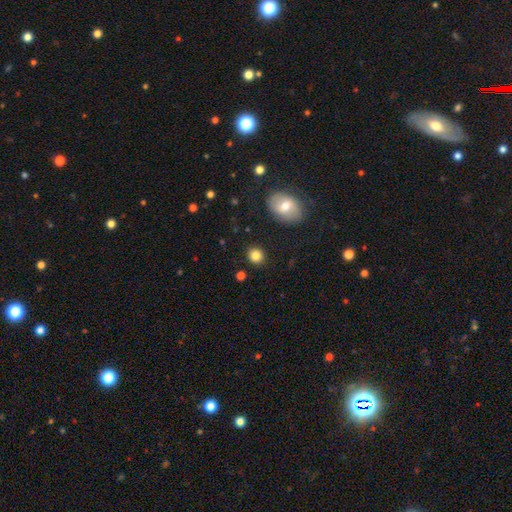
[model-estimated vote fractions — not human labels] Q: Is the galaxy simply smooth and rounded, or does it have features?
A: smooth — 83%.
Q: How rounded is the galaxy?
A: round — 85%.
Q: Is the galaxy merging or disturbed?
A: none — 90%.